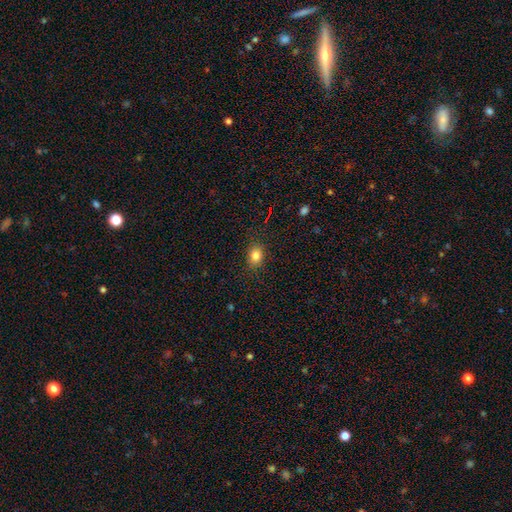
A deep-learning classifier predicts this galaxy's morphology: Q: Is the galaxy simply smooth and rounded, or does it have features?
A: smooth — 82%.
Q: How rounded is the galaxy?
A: in between — 59%.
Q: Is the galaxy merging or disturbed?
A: none — 87%.